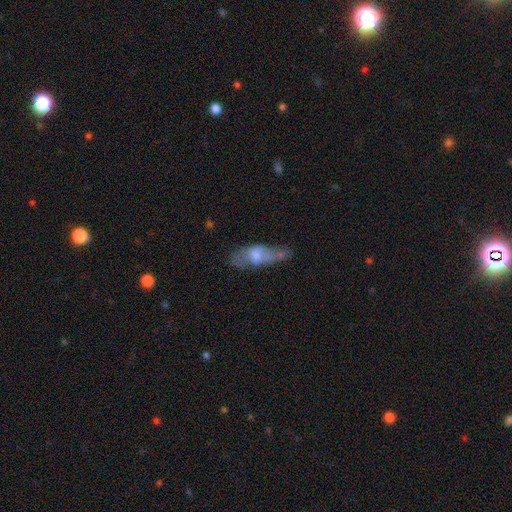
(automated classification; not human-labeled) smooth 49%, featured or disk 43%, star or artifact 9%. Down the decision tree: merging — none (37%).